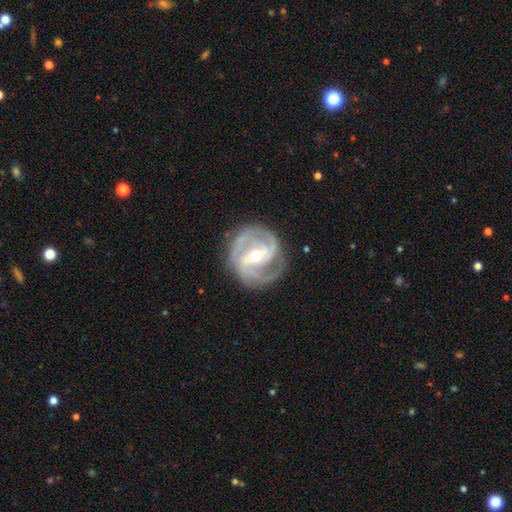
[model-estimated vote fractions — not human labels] The model was most divided on "bar": weak: 41%, strong: 39%, no: 21%. Remaining: spiral arms — yes (98%); edge-on disk — no (98%); smooth or featured — featured or disk (91%); merging — none (79%); spiral winding — tight (51%); bulge size — moderate (50%); spiral arm count — 3 (42%).